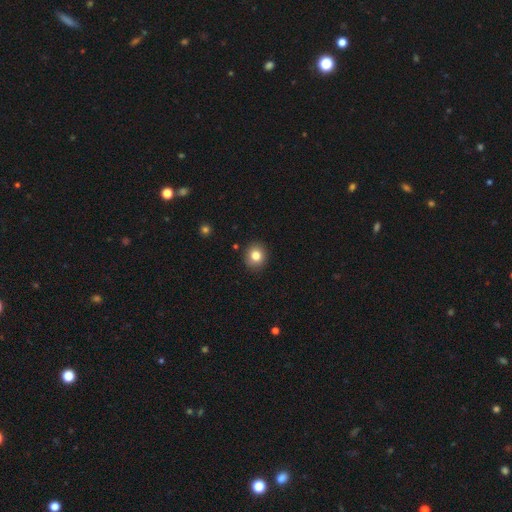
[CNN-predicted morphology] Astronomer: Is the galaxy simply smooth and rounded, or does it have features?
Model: smooth — 82%.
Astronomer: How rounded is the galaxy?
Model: round — 81%.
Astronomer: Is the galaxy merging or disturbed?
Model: none — 90%.